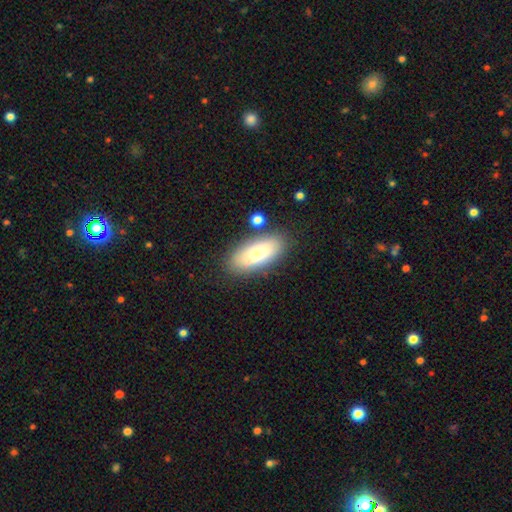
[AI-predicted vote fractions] This is likely a smooth galaxy (67%). How rounded: clearly in between (85%). Merging: likely none (77%).